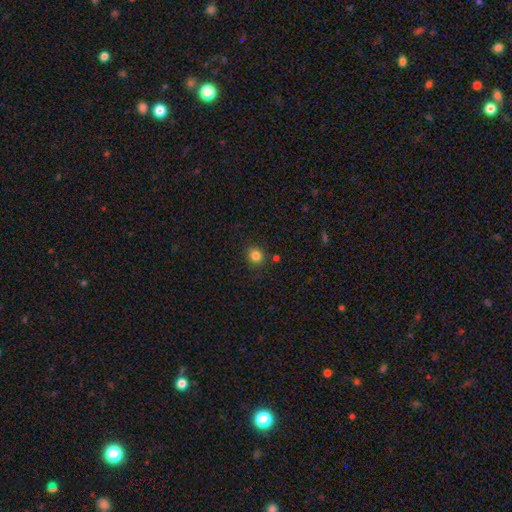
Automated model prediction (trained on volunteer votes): Smooth or featured? Predicted: smooth (p=0.83). How rounded? Predicted: round (p=0.86). Merging? Predicted: none (p=0.85).